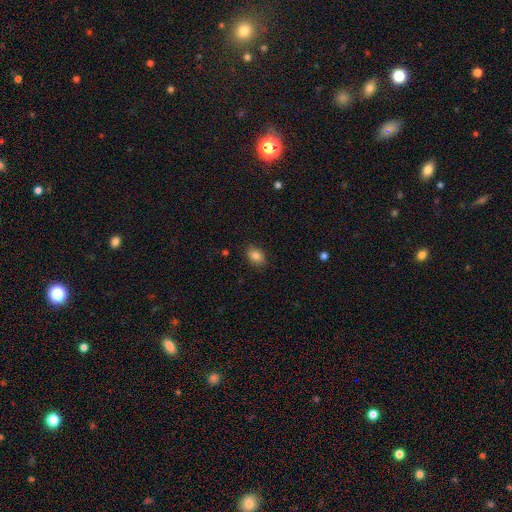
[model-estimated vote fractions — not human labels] This appears to be a smooth galaxy with no disk features (84%) that is in between round and cigar-shaped (78%). Merging: none (86%).